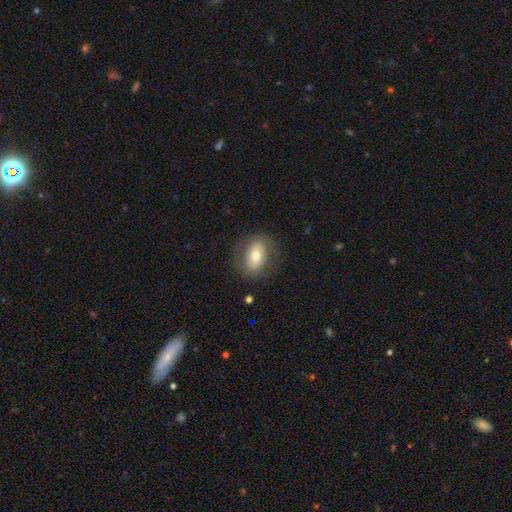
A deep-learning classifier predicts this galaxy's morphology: smooth-or-featured: smooth: 63% | featured or disk: 29% | star or artifact: 7%
  how-rounded: in between: 82% | round: 16% | cigar-shaped: 3%
  merging: none: 79% | minor disturbance: 14% | major disturbance: 6% | merger: 1%